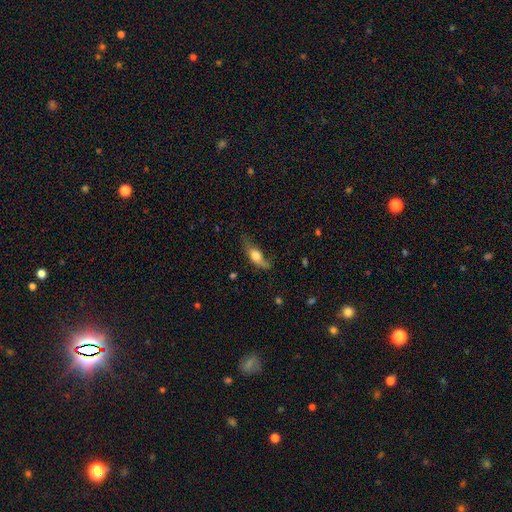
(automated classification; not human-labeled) A smooth galaxy with no disk features (64%) that is in between round and cigar-shaped (63%).

Vote fractions:
- Smooth or featured? smooth: 64% / featured or disk: 29% / star or artifact: 7%
- How rounded? in between: 63% / cigar-shaped: 31% / round: 6%
- Merging? none: 51% / minor disturbance: 32% / major disturbance: 14% / merger: 3%